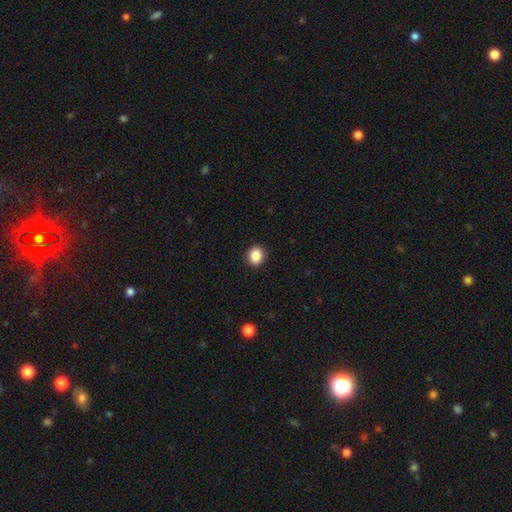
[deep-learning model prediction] This appears to be a smooth galaxy with no disk features (87%) that is round (71%). Merging: none (92%).